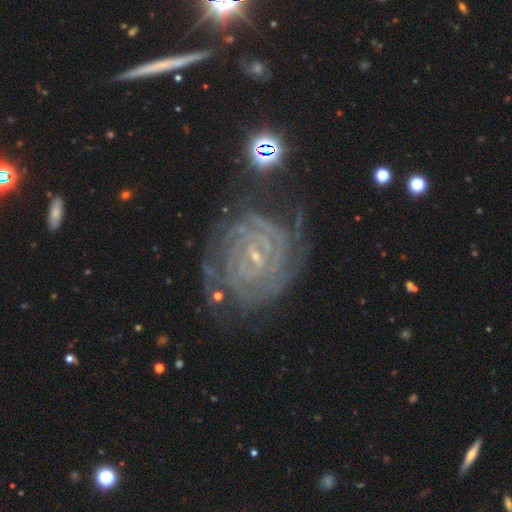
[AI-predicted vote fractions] smooth-or-featured: featured or disk: 85% | star or artifact: 8% | smooth: 6%
  disk-edge-on: no: 97% | yes: 3%
    bar: weak: 41% (tied) | no: 41% (tied) | strong: 19%
    has-spiral-arms: yes: 96% | no: 4%
      spiral-winding: tight: 82% | medium: 15% | loose: 3%
      spiral-arm-count: can't tell: 32% | 2: 22% | 4: 15% | 3: 14% | more than 4: 10% | 1: 7%
    bulge-size: small: 84% | moderate: 10% | none: 4% | large: 1% | dominant: 1%
  merging: none: 71% | minor disturbance: 18% | major disturbance: 9% | merger: 3%